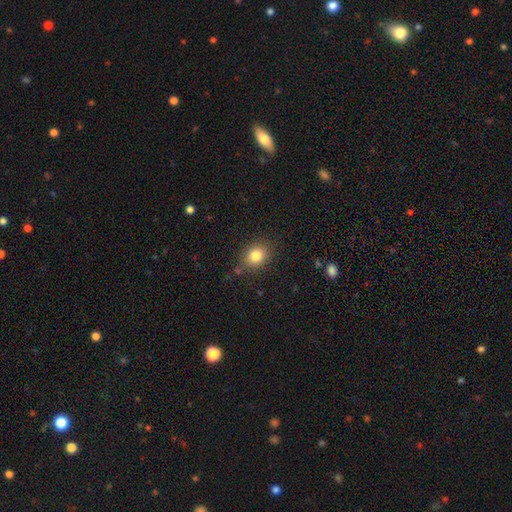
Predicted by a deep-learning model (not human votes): smooth 82%, star or artifact 10%, featured or disk 7%. Down the decision tree: how rounded — round (51%); merging — none (82%).